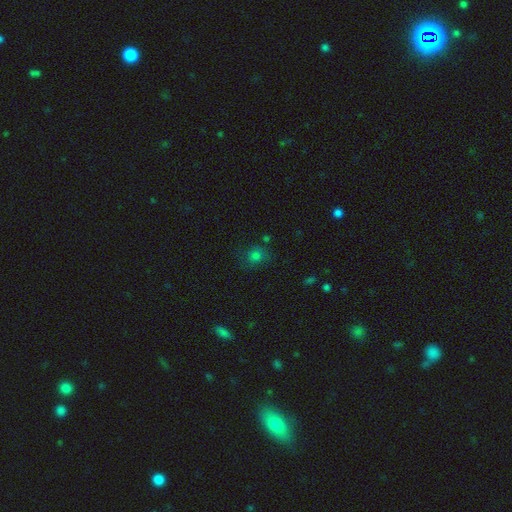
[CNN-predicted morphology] A smooth galaxy with no disk features (71%) that is round (75%).

Vote fractions:
- Smooth or featured? smooth: 71% / star or artifact: 19% / featured or disk: 10%
- How rounded? round: 75% / in between: 24% / cigar-shaped: 1%
- Merging? none: 68% / minor disturbance: 20% / major disturbance: 9% / merger: 4%